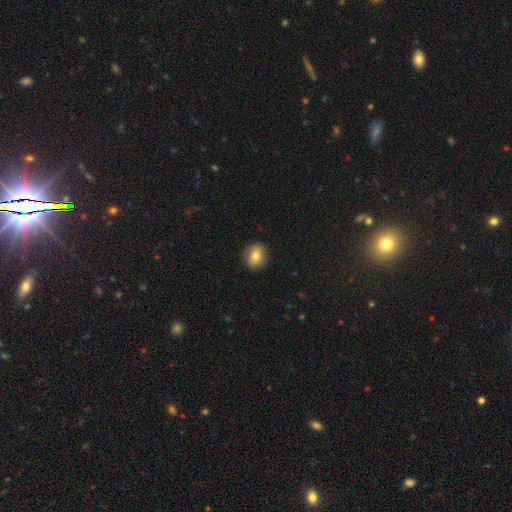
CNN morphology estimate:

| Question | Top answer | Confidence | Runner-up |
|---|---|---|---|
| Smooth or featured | smooth | 76% | featured or disk (14%) |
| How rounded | round | 74% | in between (25%) |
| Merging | none | 86% | minor disturbance (10%) |